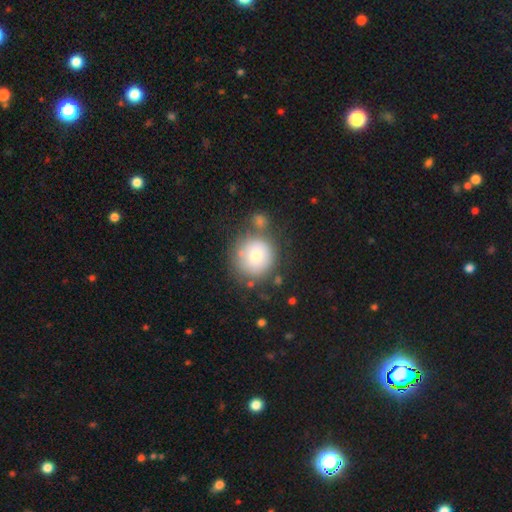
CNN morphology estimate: smooth 70%, featured or disk 20%, star or artifact 10%. Down the decision tree: how rounded — round (94%); merging — none (67%).